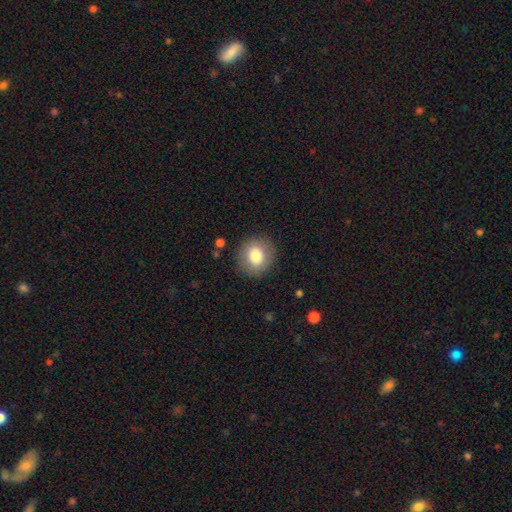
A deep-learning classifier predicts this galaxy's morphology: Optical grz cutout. It shows a smooth galaxy with no disk features (79%) that is round (88%). Merging: none (88%).